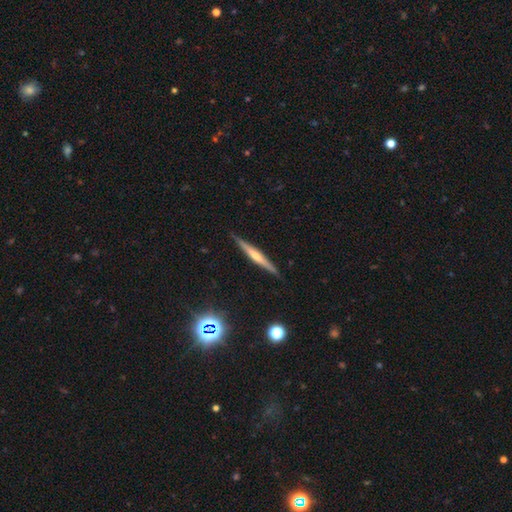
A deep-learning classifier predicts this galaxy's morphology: smooth-or-featured: featured or disk: 68% | smooth: 23% | star or artifact: 9%
  disk-edge-on: yes: 98% | no: 2%
    edge-on-bulge: rounded: 71% | none: 19% | boxy: 10%
  merging: none: 91% | minor disturbance: 7% | major disturbance: 1% | merger: 1%